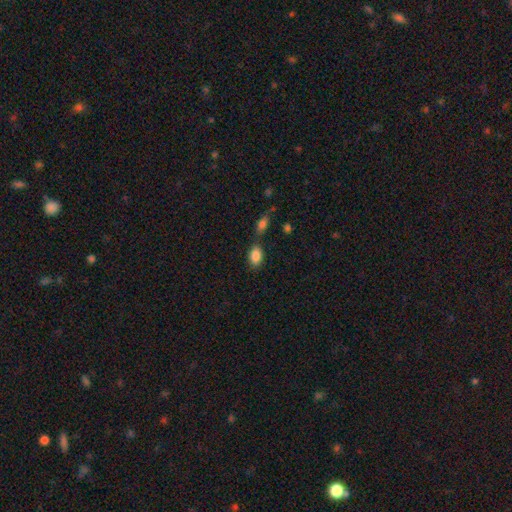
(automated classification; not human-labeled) This appears to be a smooth galaxy with no disk features (87%) that is in between round and cigar-shaped (89%). Merging: none (64%).